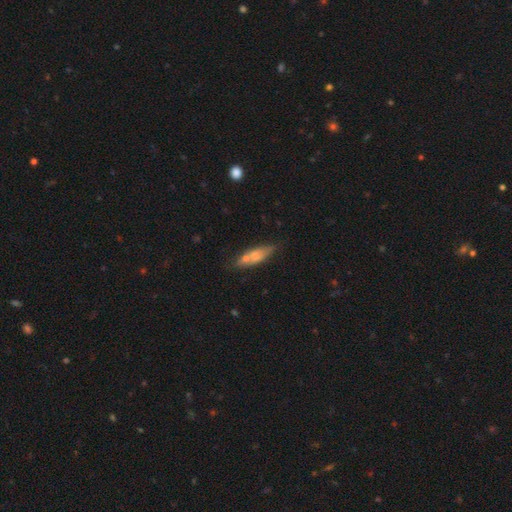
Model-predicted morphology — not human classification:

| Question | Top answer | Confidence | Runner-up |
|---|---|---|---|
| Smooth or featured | smooth | 66% | featured or disk (26%) |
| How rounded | in between | 54% | cigar-shaped (43%) |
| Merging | none | 57% | minor disturbance (23%) |